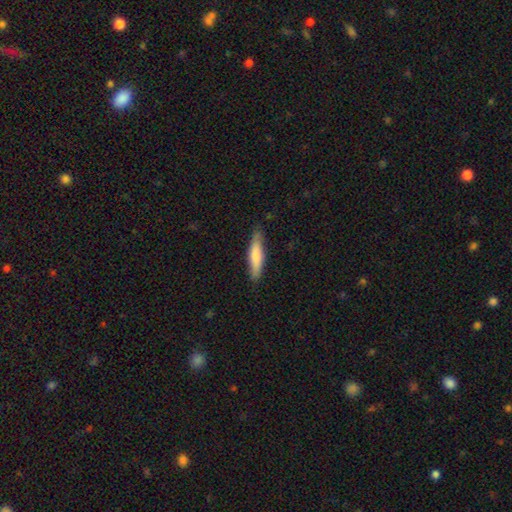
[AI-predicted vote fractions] A smooth galaxy with no disk features (71%) that is cigar-shaped (82%). Merging: none (82%).